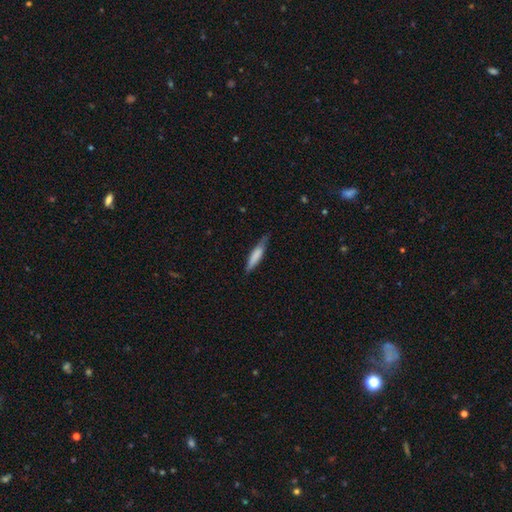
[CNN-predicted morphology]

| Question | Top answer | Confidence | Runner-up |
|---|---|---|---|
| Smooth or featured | smooth | 70% | featured or disk (24%) |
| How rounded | cigar-shaped | 81% | in between (18%) |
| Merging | none | 69% | minor disturbance (25%) |